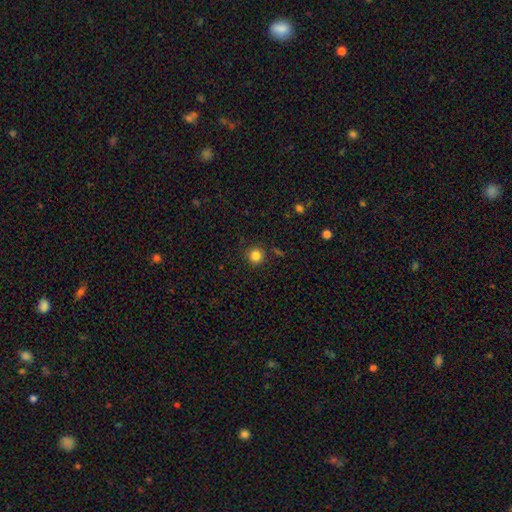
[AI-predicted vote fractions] A smooth galaxy with no disk features (84%) that is round (95%).

Vote fractions:
- Smooth or featured? smooth: 84% / star or artifact: 12% / featured or disk: 4%
- How rounded? round: 95% / in between: 4% / cigar-shaped: 1%
- Merging? none: 90% / minor disturbance: 6% / major disturbance: 2% / merger: 2%